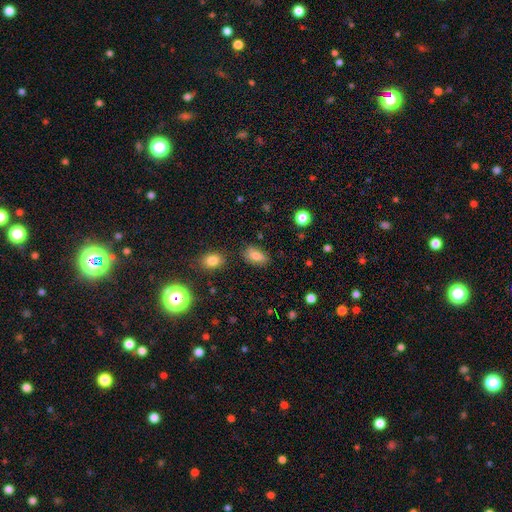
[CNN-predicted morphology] Q: Smooth or featured?
A: smooth (80%); runner-up: star or artifact (10%)
Q: How rounded?
A: in between (90%); runner-up: round (6%)
Q: Merging?
A: none (76%); runner-up: minor disturbance (17%)